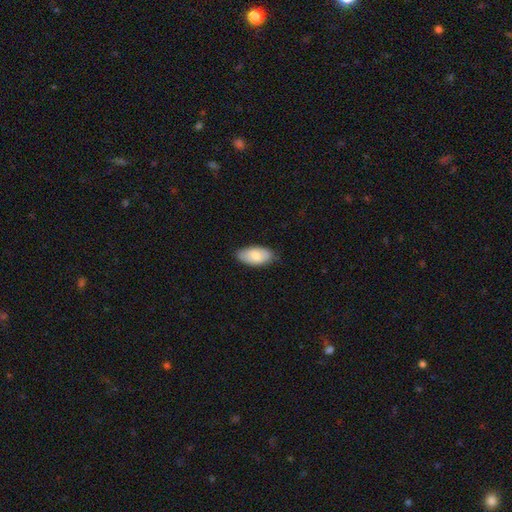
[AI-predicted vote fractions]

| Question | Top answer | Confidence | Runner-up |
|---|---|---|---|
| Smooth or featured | smooth | 76% | featured or disk (18%) |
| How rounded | in between | 94% | cigar-shaped (3%) |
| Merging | none | 79% | minor disturbance (18%) |